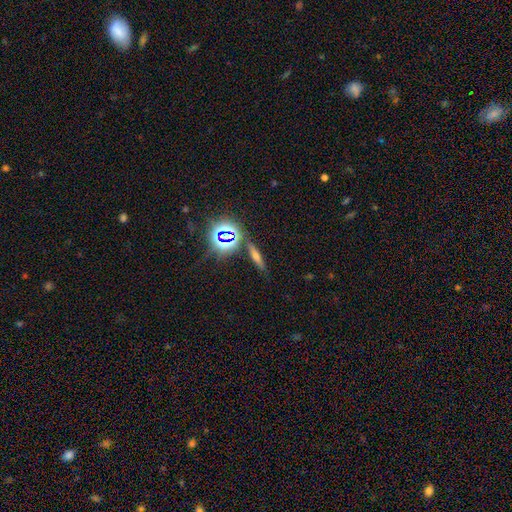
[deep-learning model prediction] Overall: smooth (42%; star or artifact 29%). Merging: none (84%).